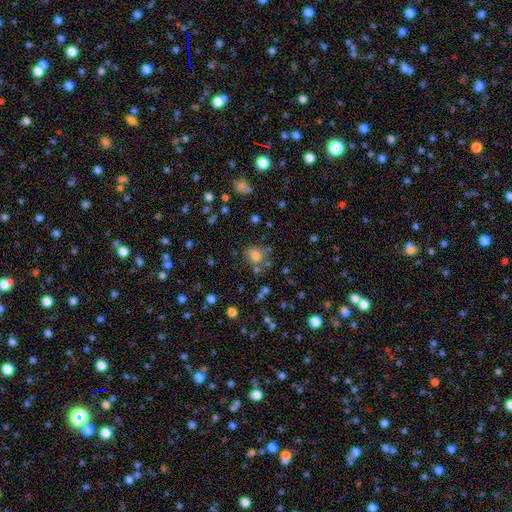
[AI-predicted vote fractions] Smooth or featured? smooth (74%)
How rounded? round (74%)
Merging? none (68%)